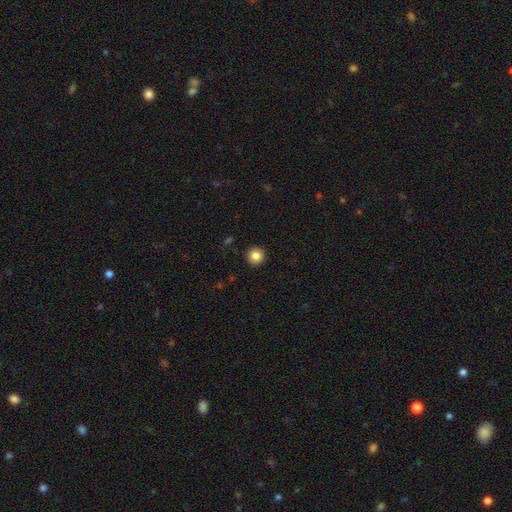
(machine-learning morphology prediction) Smooth or featured?
  - smooth: 84% *
  - star or artifact: 10%
  - featured or disk: 6%
How rounded?
  - round: 95% *
  - in between: 4%
  - cigar-shaped: 1%
Merging?
  - none: 92% *
  - minor disturbance: 5%
  - major disturbance: 2%
  - merger: 1%